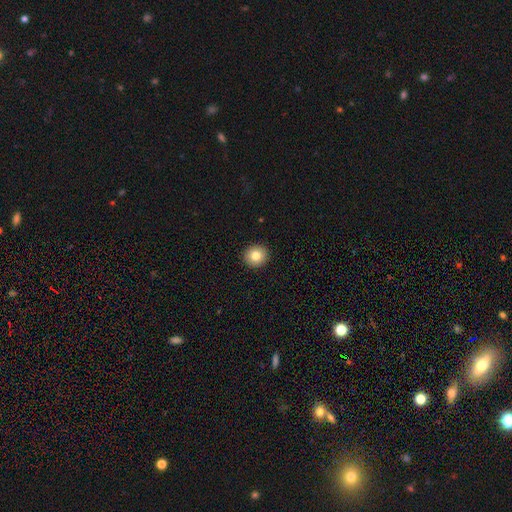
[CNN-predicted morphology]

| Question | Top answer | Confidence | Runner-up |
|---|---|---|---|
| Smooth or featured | smooth | 82% | star or artifact (9%) |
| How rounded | round | 90% | in between (9%) |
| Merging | none | 93% | minor disturbance (5%) |